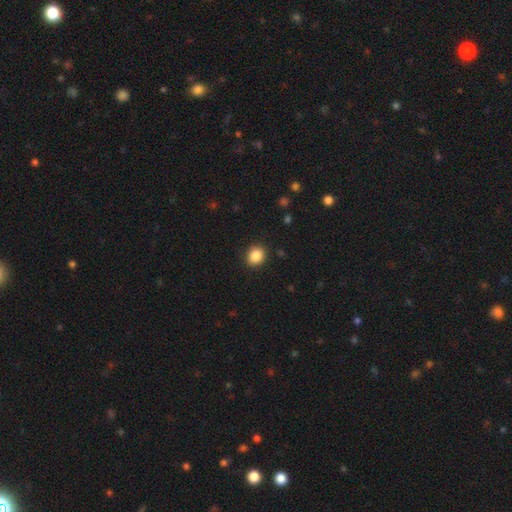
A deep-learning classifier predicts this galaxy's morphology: A smooth galaxy with no disk features (87%) that is round (68%). Merging: none (89%).